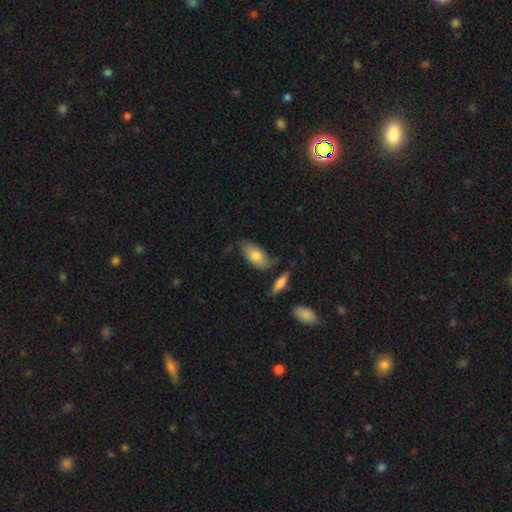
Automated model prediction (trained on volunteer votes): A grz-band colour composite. It shows a smooth galaxy with no disk features (75%) that is in between round and cigar-shaped (92%). Merging: none (59%).